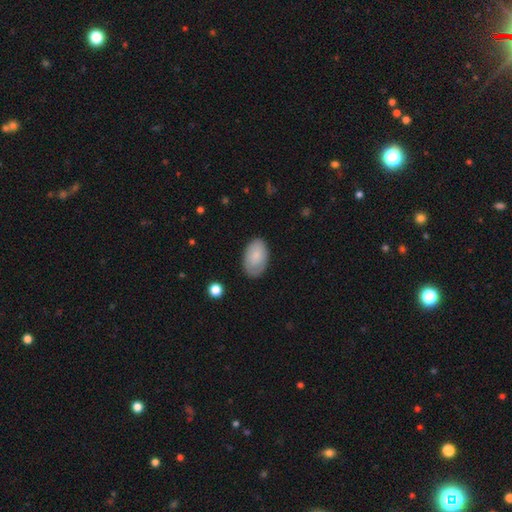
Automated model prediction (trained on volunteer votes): Q: Smooth or featured?
A: smooth (76%); runner-up: featured or disk (17%)
Q: How rounded?
A: in between (93%); runner-up: round (6%)
Q: Merging?
A: none (80%); runner-up: minor disturbance (15%)